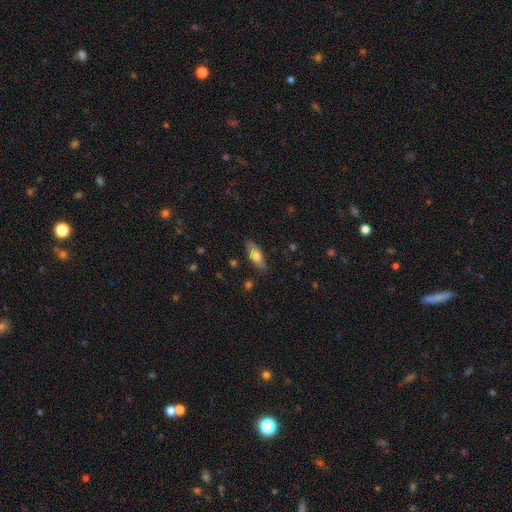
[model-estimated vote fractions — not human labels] Smooth or featured? Predicted: smooth (p=0.66). How rounded? Predicted: in between (p=0.62). Merging? Predicted: none (p=0.84).